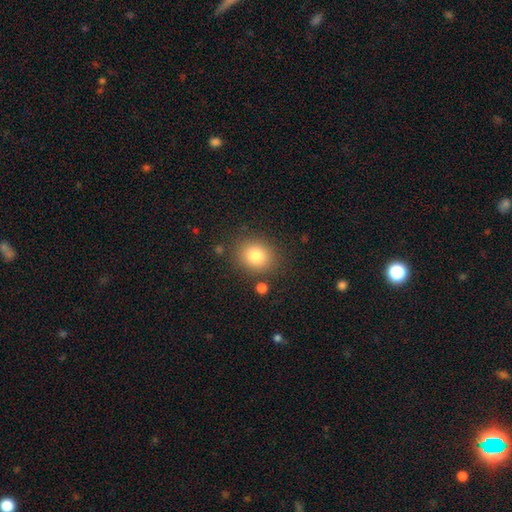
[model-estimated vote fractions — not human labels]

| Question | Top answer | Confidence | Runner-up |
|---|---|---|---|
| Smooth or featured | smooth | 81% | star or artifact (11%) |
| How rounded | round | 70% | in between (29%) |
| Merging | none | 83% | minor disturbance (10%) |